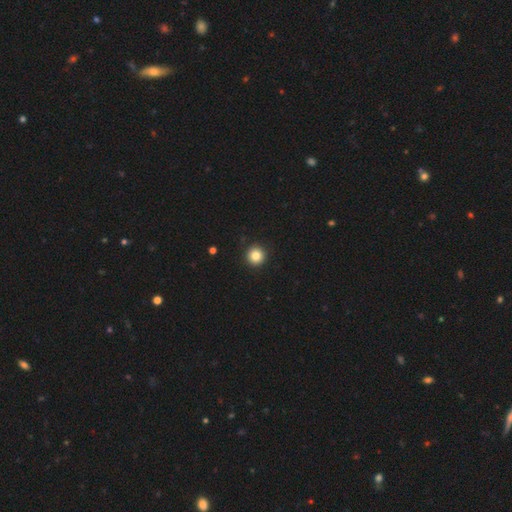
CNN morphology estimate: smooth_or_featured: smooth (p=0.84) [alt: star or artifact p=0.11]
how_rounded: round (p=0.96) [alt: in between p=0.03]
merging: none (p=0.93) [alt: minor disturbance p=0.05]